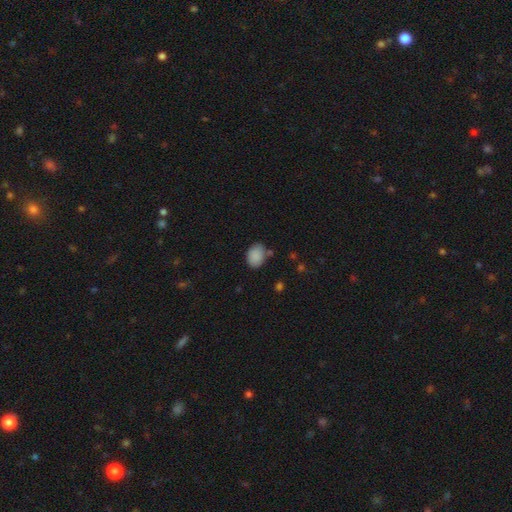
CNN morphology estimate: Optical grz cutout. It shows a smooth galaxy with no disk features (88%) that is in between round and cigar-shaped (74%). Merging: none (73%).